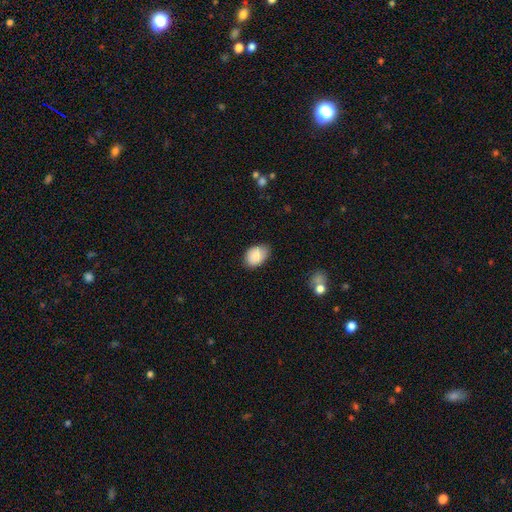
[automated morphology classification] The model was most divided on "merging": none: 72%, minor disturbance: 23%, major disturbance: 3%, merger: 1%. More confident: smooth or featured — smooth (87%); how rounded — in between (82%).